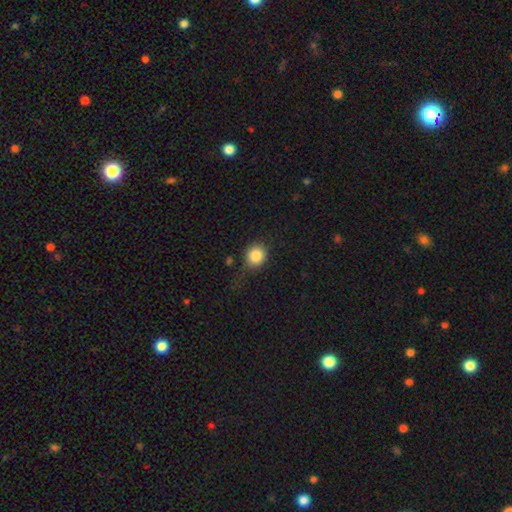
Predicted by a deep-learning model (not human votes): Smooth or featured? smooth (84%)
How rounded? round (85%)
Merging? none (67%)